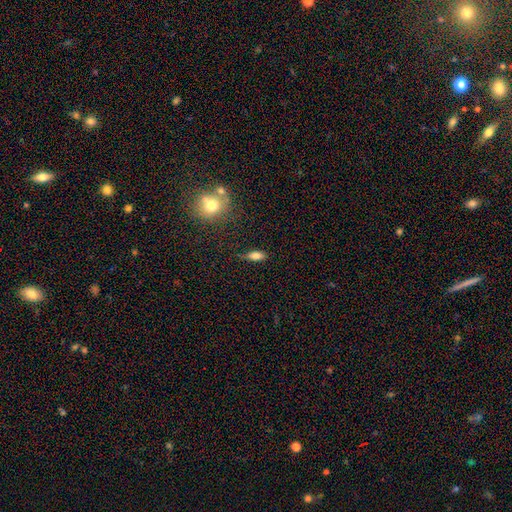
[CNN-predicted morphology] Smooth or featured: smooth — 76% (featured or disk — 15%)
How rounded: in between — 75% (cigar-shaped — 21%)
Merging: none — 75% (minor disturbance — 18%)